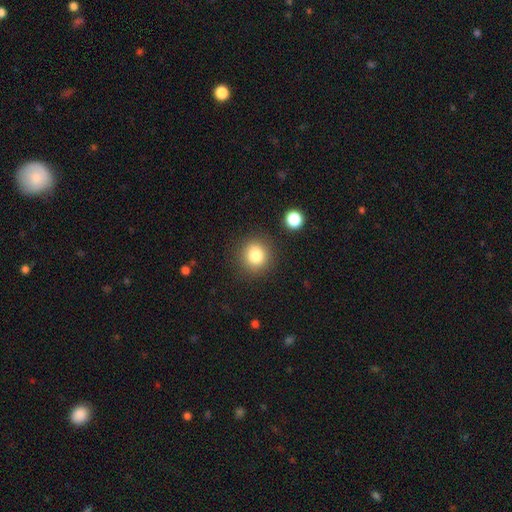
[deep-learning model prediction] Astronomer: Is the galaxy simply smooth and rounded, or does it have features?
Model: smooth — 82%.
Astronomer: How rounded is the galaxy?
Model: round — 88%.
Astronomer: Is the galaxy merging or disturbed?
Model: none — 86%.